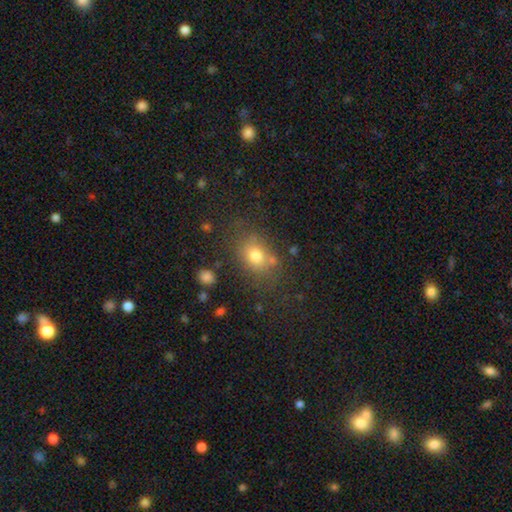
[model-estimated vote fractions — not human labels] Smooth or featured? Predicted: smooth (p=0.74). How rounded? Predicted: in between (p=0.58). Merging? Predicted: none (p=0.71).